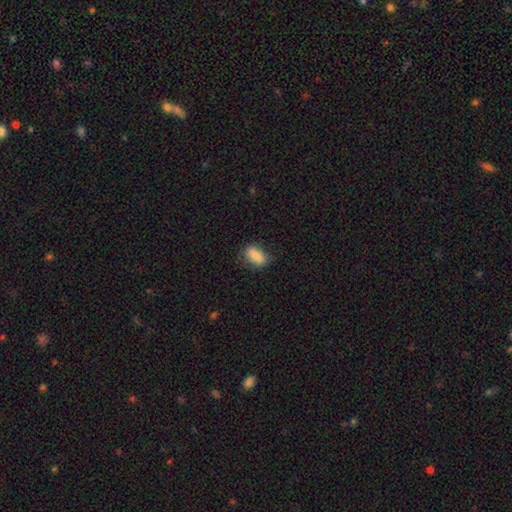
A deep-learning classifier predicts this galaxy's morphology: This appears to be a smooth galaxy with no disk features (83%) that is in between round and cigar-shaped (83%). Merging: none (76%).